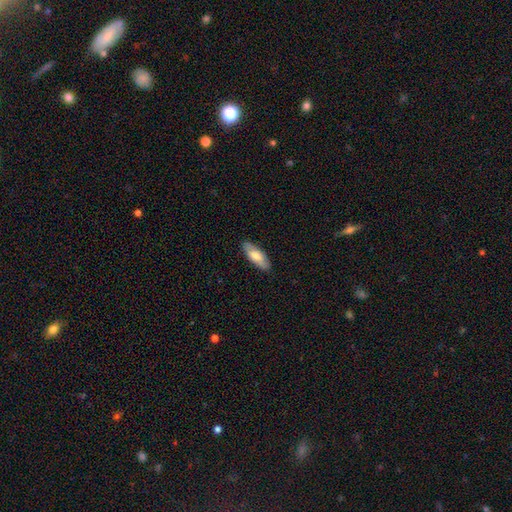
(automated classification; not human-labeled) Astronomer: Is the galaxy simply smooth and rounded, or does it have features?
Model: smooth — 71%.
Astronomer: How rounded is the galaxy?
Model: in between — 74%.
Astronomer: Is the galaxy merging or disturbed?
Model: none — 87%.